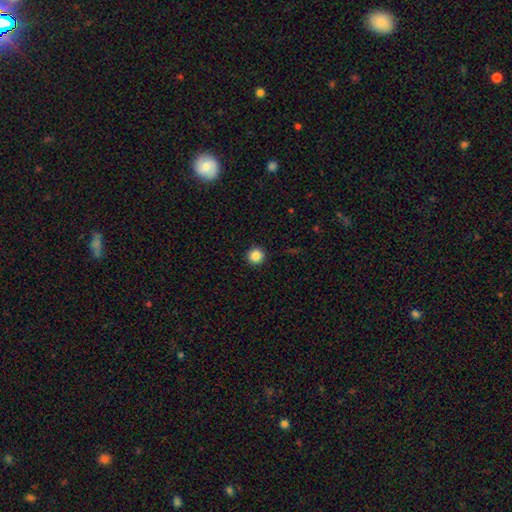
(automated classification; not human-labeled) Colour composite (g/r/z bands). It shows a smooth galaxy with no disk features (86%) that is round (95%). Merging: none (93%).